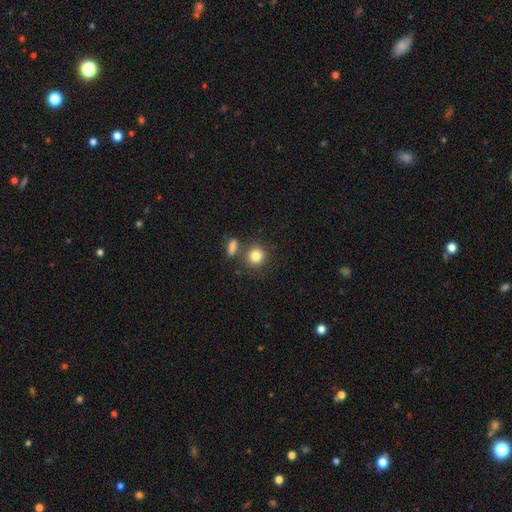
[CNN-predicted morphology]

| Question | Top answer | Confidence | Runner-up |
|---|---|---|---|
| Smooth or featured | smooth | 82% | star or artifact (10%) |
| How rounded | round | 83% | in between (16%) |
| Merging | none | 71% | merger (15%) |